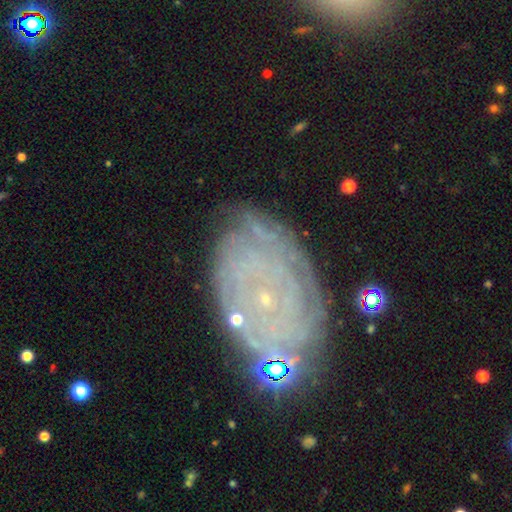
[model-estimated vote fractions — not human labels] Smooth or featured: featured or disk — 78% (smooth — 12%)
Edge-on disk: no — 96% (yes — 4%)
Bar: no — 83% (weak — 13%)
Spiral arms: yes — 91% (no — 9%)
Spiral winding: tight — 83% (medium — 13%)
Spiral arm count: can't tell — 43% (more than 4 — 16%)
Bulge size: small — 90% (moderate — 5%)
Merging: none — 75% (minor disturbance — 16%)